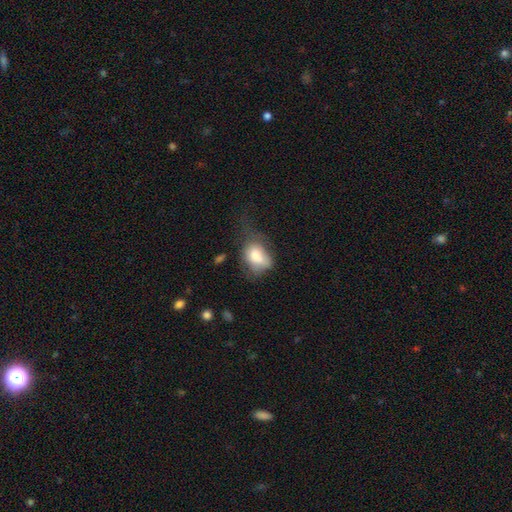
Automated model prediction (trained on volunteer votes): A smooth galaxy with no disk features (73%) that is in between round and cigar-shaped (67%).

Vote fractions:
- Smooth or featured? smooth: 73% / featured or disk: 18% / star or artifact: 9%
- How rounded? in between: 67% / round: 32% / cigar-shaped: 1%
- Merging? major disturbance: 32% (tied) / minor disturbance: 32% (tied) / none: 29% / merger: 7%